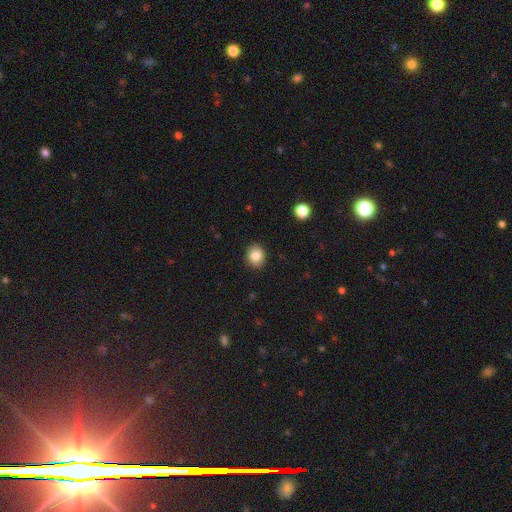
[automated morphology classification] Overall: smooth (84%). How rounded: round (67%; in between 32%). Merging: none (90%).